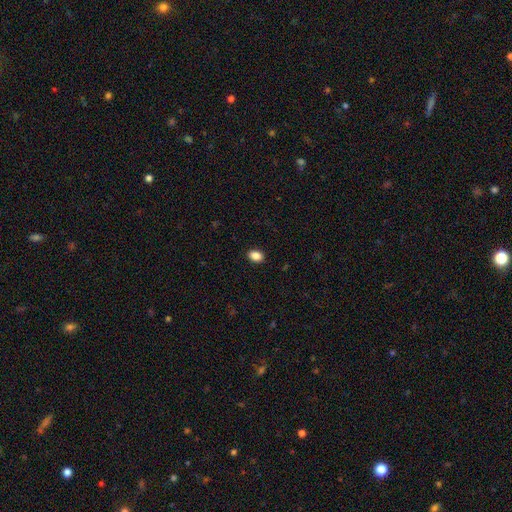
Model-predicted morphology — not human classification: Smooth or featured? Predicted: smooth (p=0.87). How rounded? Predicted: in between (p=0.77). Merging? Predicted: none (p=0.90).